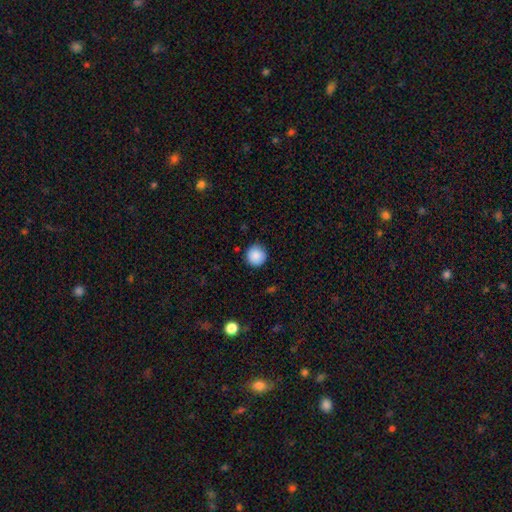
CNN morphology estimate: smooth 88%, star or artifact 8%, featured or disk 3%. Down the decision tree: how rounded — round (96%); merging — none (90%).